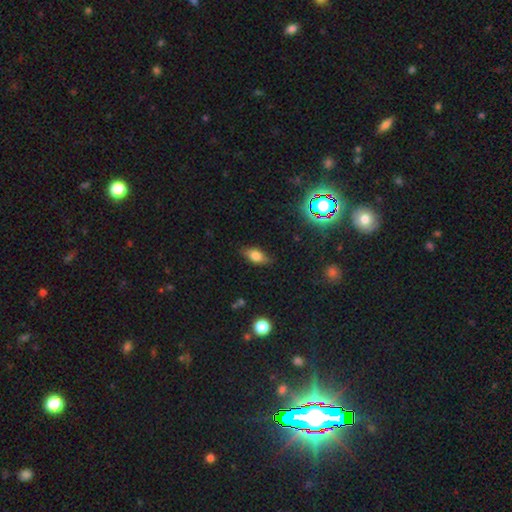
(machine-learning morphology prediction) type=smooth (72%); roundness=in between (83%); merging=none (80%).